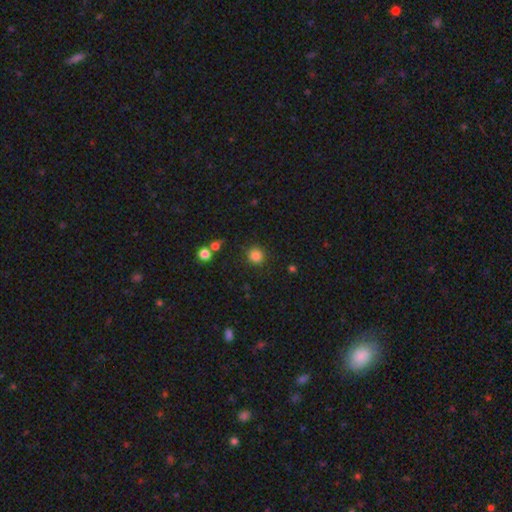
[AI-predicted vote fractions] A smooth galaxy with no disk features (84%) that is round (90%).

Vote fractions:
- Smooth or featured? smooth: 84% / star or artifact: 12% / featured or disk: 4%
- How rounded? round: 90% / in between: 9% / cigar-shaped: 1%
- Merging? none: 88% / minor disturbance: 7% / major disturbance: 3% / merger: 3%